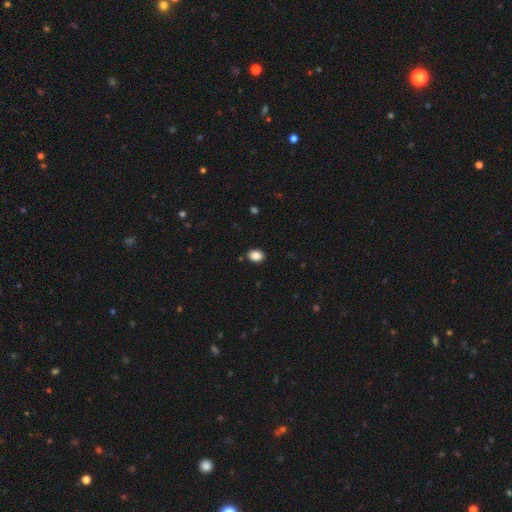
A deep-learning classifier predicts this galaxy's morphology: smooth 87%, star or artifact 9%, featured or disk 5%. Down the decision tree: how rounded — in between (73%); merging — none (89%).